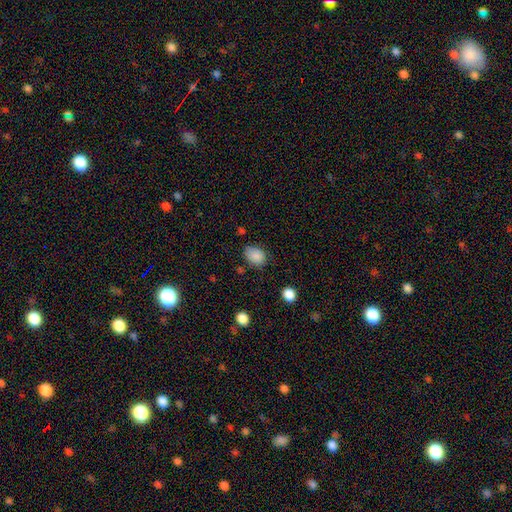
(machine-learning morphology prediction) smooth-or-featured: smooth: 86% | star or artifact: 9% | featured or disk: 4%
  how-rounded: in between: 63% | round: 36% | cigar-shaped: 1%
  merging: none: 70% | minor disturbance: 22% | major disturbance: 5% | merger: 3%